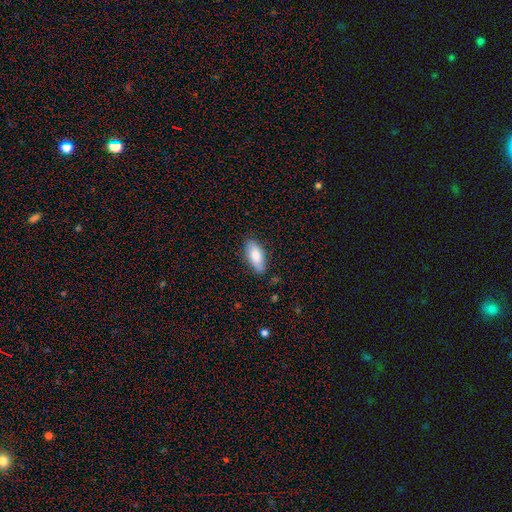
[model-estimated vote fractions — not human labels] Smooth or featured? Predicted: smooth (p=0.82). How rounded? Predicted: in between (p=0.87). Merging? Predicted: none (p=0.80).